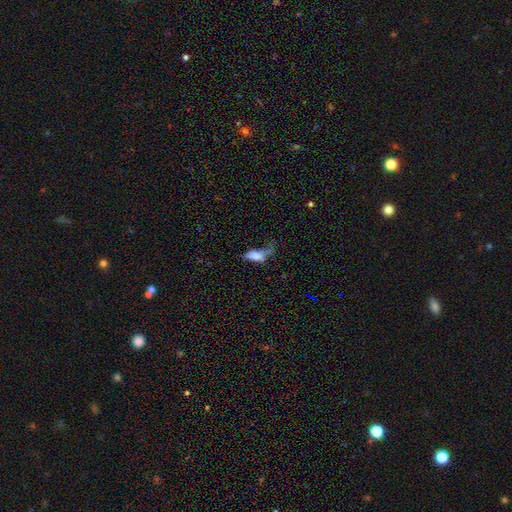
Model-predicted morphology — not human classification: This is likely a smooth galaxy (66%). How rounded: likely in between (71%). Merging: marginally major disturbance (43%).